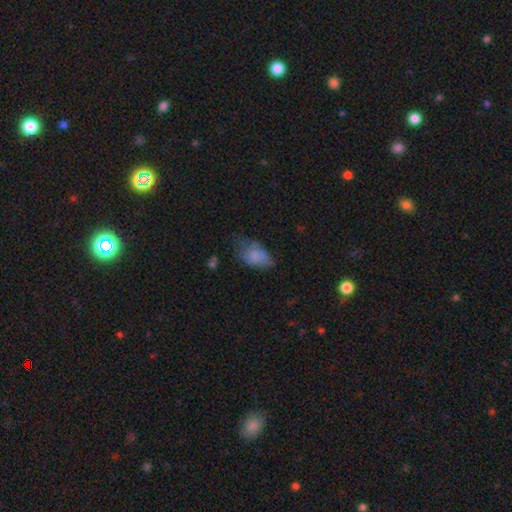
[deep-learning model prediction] Smooth or featured?
  - smooth: 76% *
  - featured or disk: 15%
  - star or artifact: 9%
How rounded?
  - in between: 90% *
  - round: 8%
  - cigar-shaped: 2%
Merging?
  - none: 41% *
  - minor disturbance: 37%
  - major disturbance: 20%
  - merger: 3%